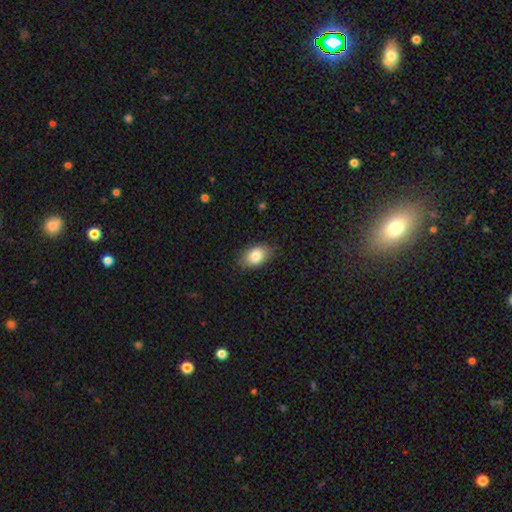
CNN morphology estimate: Smooth or featured: smooth — 84% (featured or disk — 9%)
How rounded: in between — 87% (round — 11%)
Merging: none — 85% (minor disturbance — 12%)